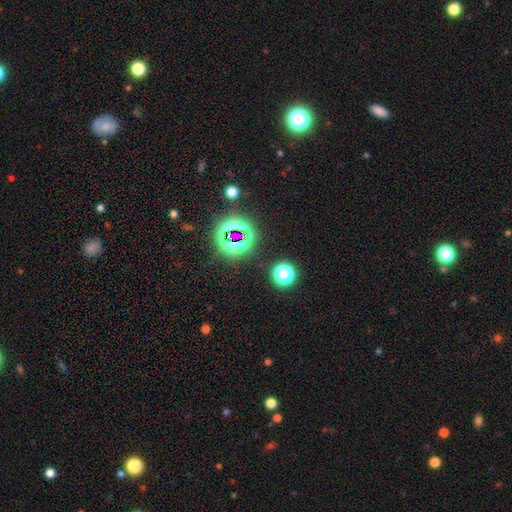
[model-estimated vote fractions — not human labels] Smooth or featured?
  - star or artifact: 77% *
  - smooth: 16%
  - featured or disk: 8%